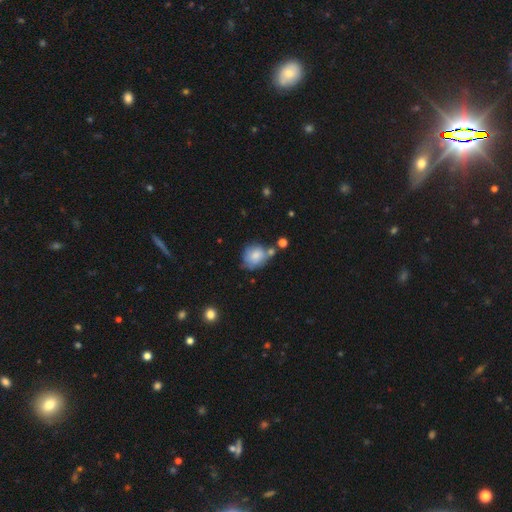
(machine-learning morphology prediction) This appears to be a smooth galaxy with no disk features (78%) that is round (63%). Merging: none (50%).